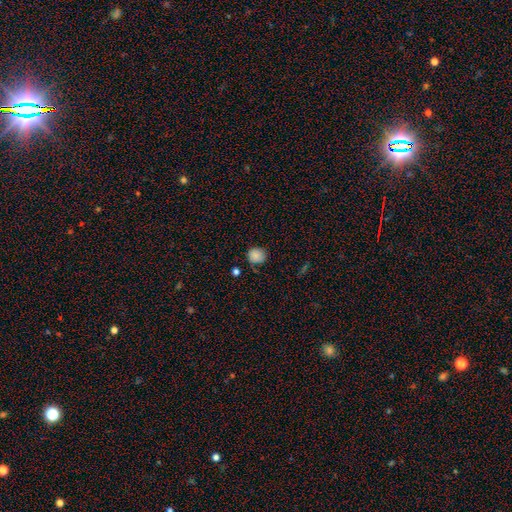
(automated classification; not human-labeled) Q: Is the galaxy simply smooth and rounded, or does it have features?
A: smooth — 85%.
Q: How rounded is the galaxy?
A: round — 88%.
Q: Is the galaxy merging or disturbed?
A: none — 72%.